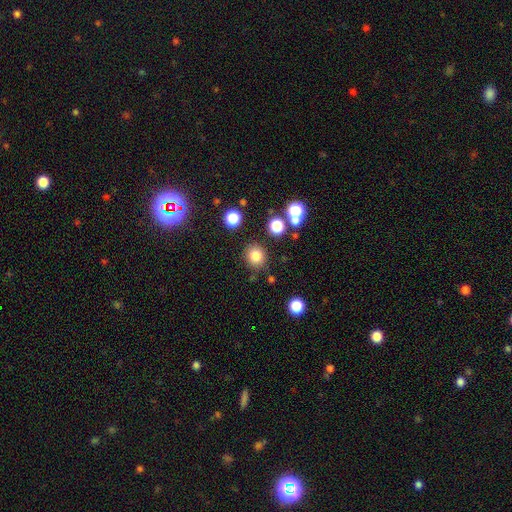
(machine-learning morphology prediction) Smooth or featured? smooth (80%)
How rounded? round (87%)
Merging? none (84%)